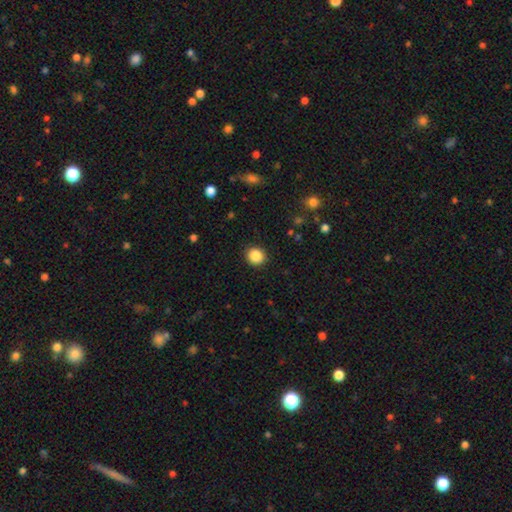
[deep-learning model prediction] smooth-or-featured: smooth: 87% | star or artifact: 10% | featured or disk: 3%
  how-rounded: round: 89% | in between: 11% | cigar-shaped: 1%
  merging: none: 91% | minor disturbance: 6% | major disturbance: 2% | merger: 1%